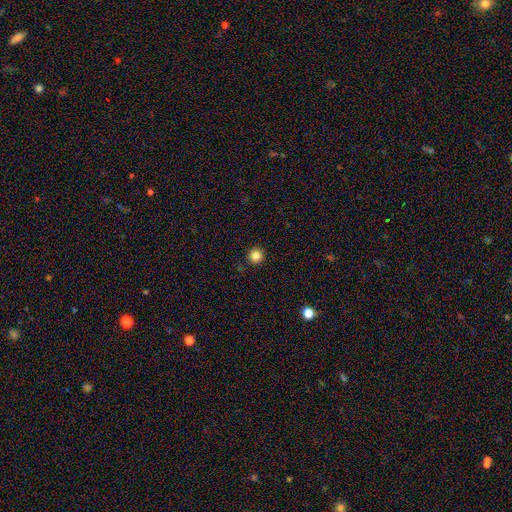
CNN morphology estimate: Smooth or featured?
  - smooth: 85% *
  - star or artifact: 11%
  - featured or disk: 4%
How rounded?
  - round: 96% *
  - in between: 3%
  - cigar-shaped: 1%
Merging?
  - none: 92% *
  - minor disturbance: 5%
  - major disturbance: 2%
  - merger: 1%